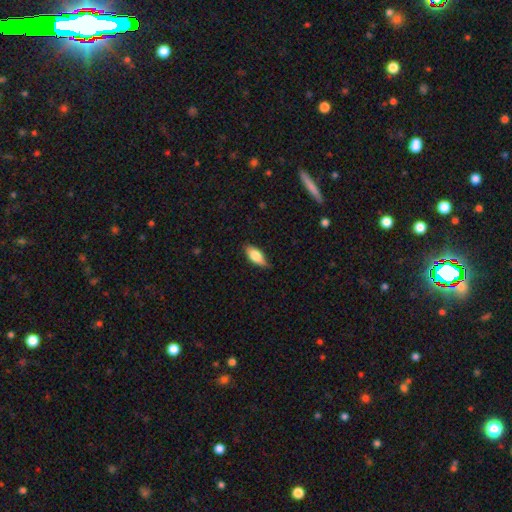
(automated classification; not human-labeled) smooth-or-featured: smooth: 77% | featured or disk: 17% | star or artifact: 6%
  how-rounded: in between: 80% | cigar-shaped: 17% | round: 3%
  merging: none: 80% | minor disturbance: 16% | major disturbance: 3% | merger: 1%